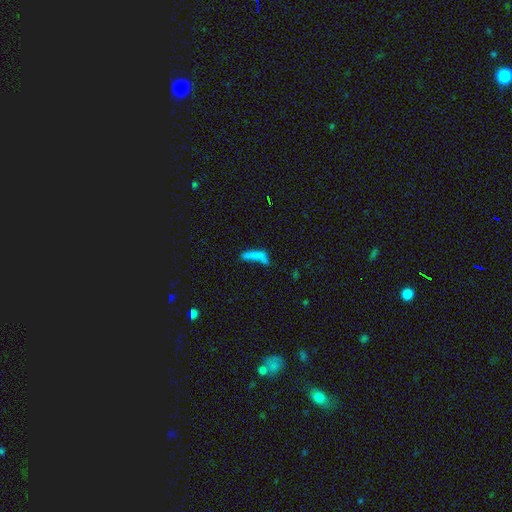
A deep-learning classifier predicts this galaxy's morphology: smooth 70%, featured or disk 17%, star or artifact 13%. Down the decision tree: how rounded — cigar-shaped (70%); merging — none (39%).